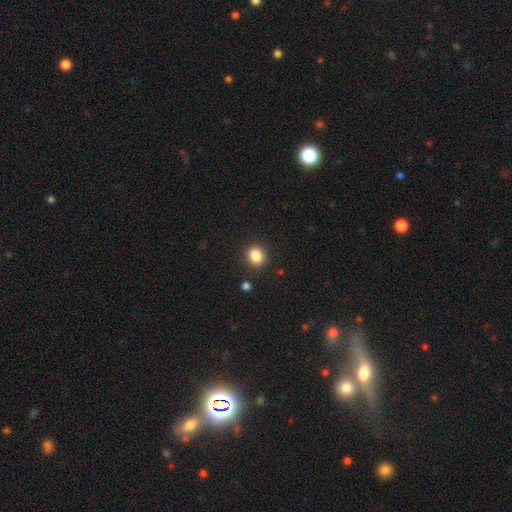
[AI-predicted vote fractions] Smooth or featured? Predicted: smooth (p=0.85). How rounded? Predicted: round (p=0.77). Merging? Predicted: none (p=0.90).